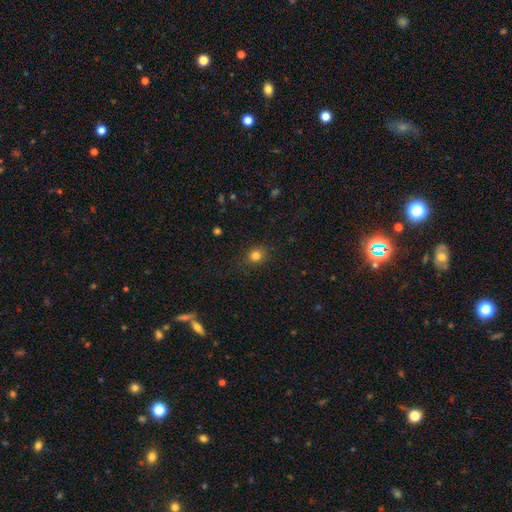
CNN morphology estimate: Smooth or featured: smooth — 81% (star or artifact — 14%)
How rounded: round — 73% (in between — 26%)
Merging: none — 86% (minor disturbance — 10%)